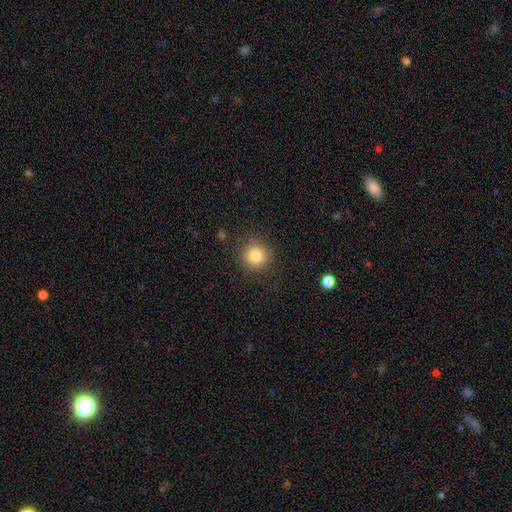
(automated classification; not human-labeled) This appears to be a smooth galaxy with no disk features (83%) that is round (92%). Merging: none (87%).